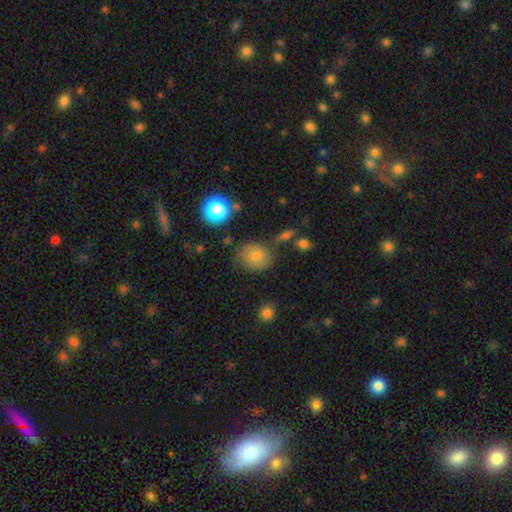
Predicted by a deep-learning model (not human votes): smooth 67%, featured or disk 23%, star or artifact 11%. Down the decision tree: how rounded — round (59%); merging — none (66%).